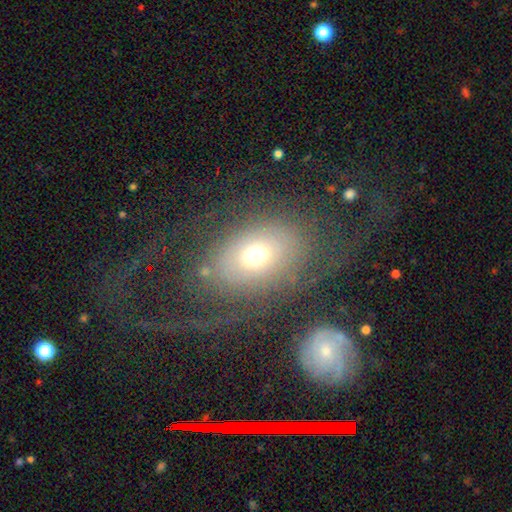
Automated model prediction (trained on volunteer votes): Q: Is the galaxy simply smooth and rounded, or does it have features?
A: featured or disk — 45%, tied with smooth.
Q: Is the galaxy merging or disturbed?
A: none — 54%.